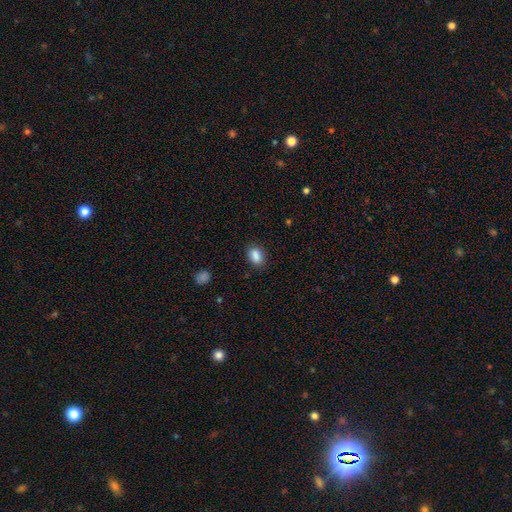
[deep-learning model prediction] This appears to be a smooth galaxy with no disk features (88%) that is in between round and cigar-shaped (82%). Merging: none (86%).